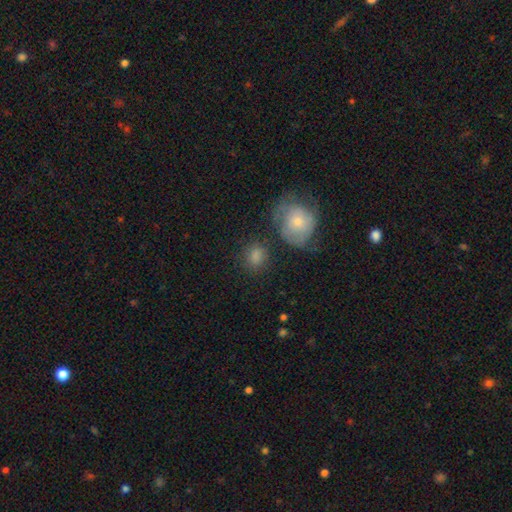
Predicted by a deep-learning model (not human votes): smooth_or_featured: smooth (p=0.71) [alt: featured or disk p=0.16]
how_rounded: round (p=0.77) [alt: in between p=0.22]
merging: none (p=0.69) [alt: minor disturbance p=0.15]